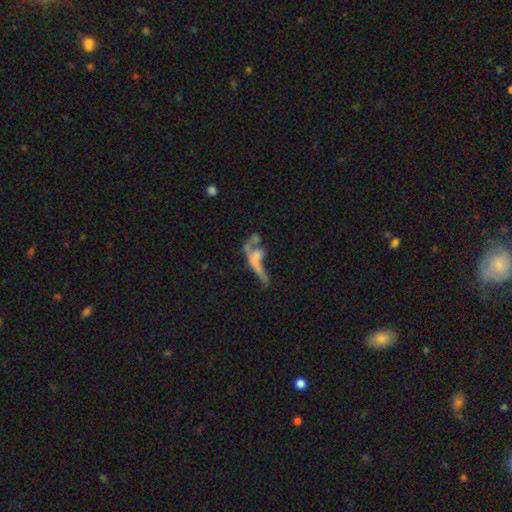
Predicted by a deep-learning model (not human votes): smooth_or_featured: featured or disk (p=0.51) [alt: smooth p=0.32]
disk_edge_on: no (p=0.66) [alt: yes p=0.34]
merging: merger (p=0.35) [alt: major disturbance p=0.29]